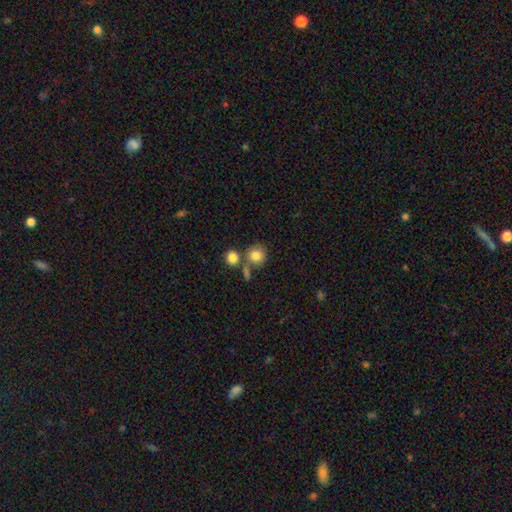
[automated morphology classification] Overall: smooth (82%). How rounded: round (85%). Merging: none (59%; merger 27%).